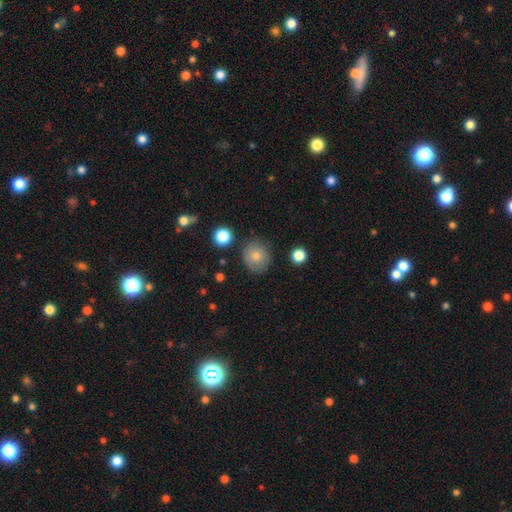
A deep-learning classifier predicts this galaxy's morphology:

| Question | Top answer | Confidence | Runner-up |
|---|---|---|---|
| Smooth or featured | smooth | 77% | featured or disk (12%) |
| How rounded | round | 84% | in between (15%) |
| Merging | none | 81% | minor disturbance (13%) |